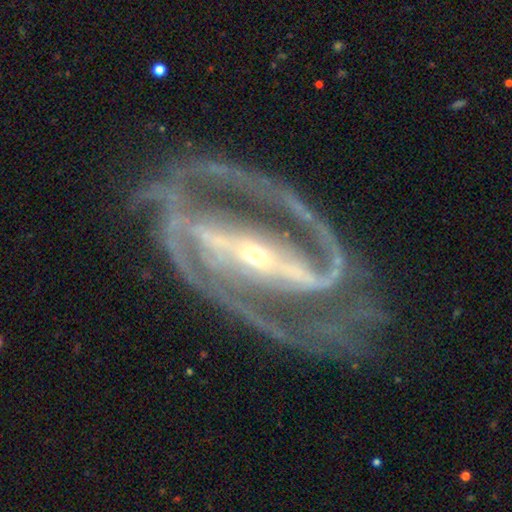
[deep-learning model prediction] Q: Smooth or featured?
A: featured or disk (93%); runner-up: star or artifact (5%)
Q: Edge-on disk?
A: no (97%); runner-up: yes (3%)
Q: Bar?
A: strong (77%); runner-up: weak (15%)
Q: Spiral arms?
A: yes (98%); runner-up: no (2%)
Q: Spiral winding?
A: medium (51%); runner-up: tight (36%)
Q: Spiral arm count?
A: 2 (72%); runner-up: 3 (12%)
Q: Bulge size?
A: small (74%); runner-up: moderate (23%)
Q: Merging?
A: none (61%); runner-up: minor disturbance (18%)